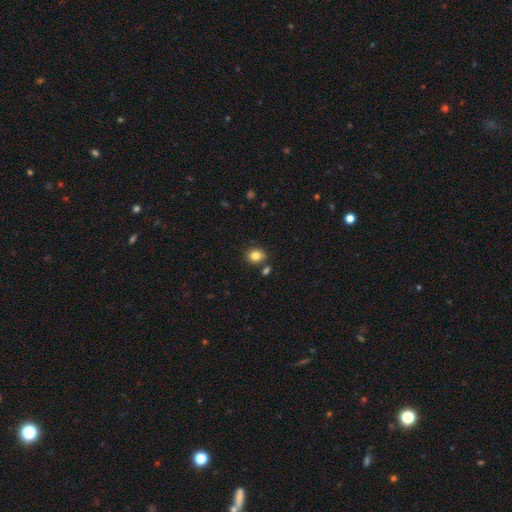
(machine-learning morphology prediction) smooth-or-featured: smooth: 83% | star or artifact: 11% | featured or disk: 6%
  how-rounded: round: 63% | in between: 36% | cigar-shaped: 1%
  merging: none: 78% | minor disturbance: 10% | merger: 9% | major disturbance: 3%